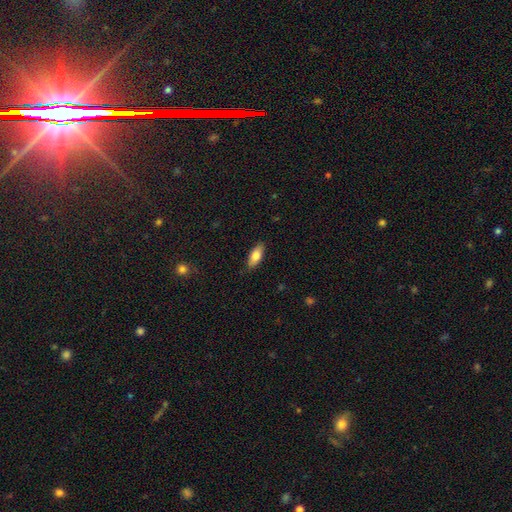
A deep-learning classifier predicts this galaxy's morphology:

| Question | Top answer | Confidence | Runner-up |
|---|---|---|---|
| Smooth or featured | smooth | 77% | featured or disk (16%) |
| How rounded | in between | 76% | cigar-shaped (21%) |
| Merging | none | 84% | minor disturbance (12%) |